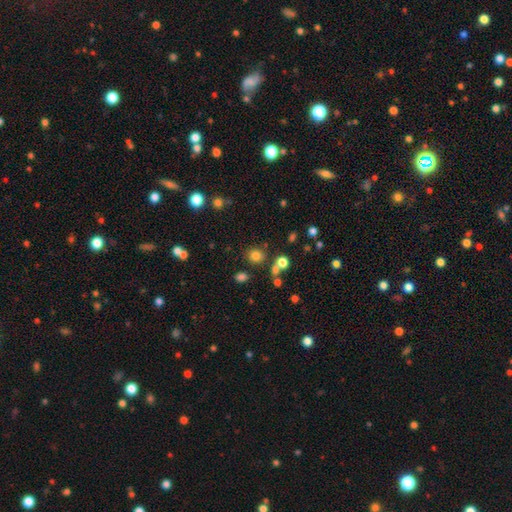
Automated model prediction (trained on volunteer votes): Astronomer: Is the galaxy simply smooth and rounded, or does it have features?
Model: smooth — 78%.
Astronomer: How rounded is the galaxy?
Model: round — 85%.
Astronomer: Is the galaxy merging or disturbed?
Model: none — 78%.